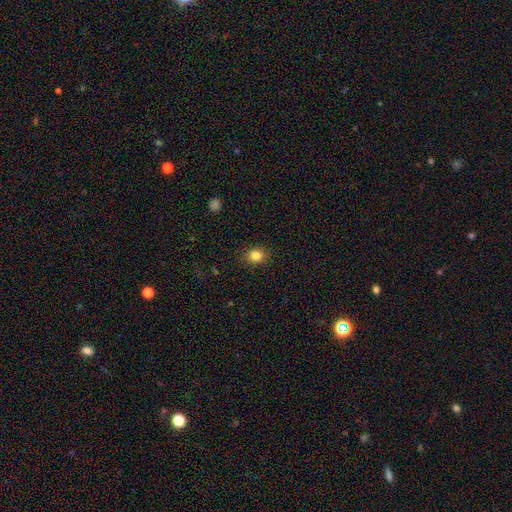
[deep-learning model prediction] smooth-or-featured: smooth: 83% | star or artifact: 11% | featured or disk: 5%
  how-rounded: round: 67% | in between: 32% | cigar-shaped: 1%
  merging: none: 87% | minor disturbance: 10% | major disturbance: 3% | merger: 1%